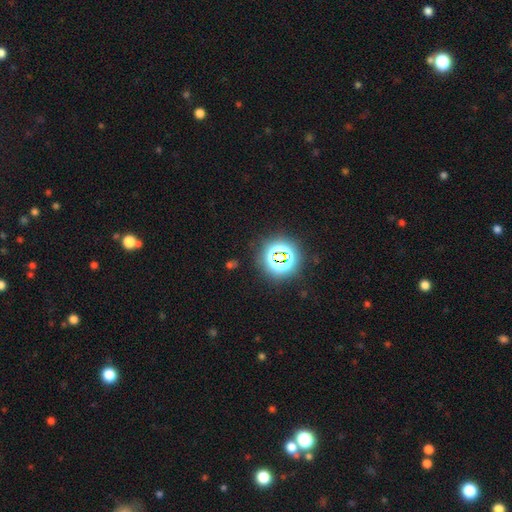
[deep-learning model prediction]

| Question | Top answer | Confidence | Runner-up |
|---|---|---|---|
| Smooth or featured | star or artifact | 83% | smooth (10%) |